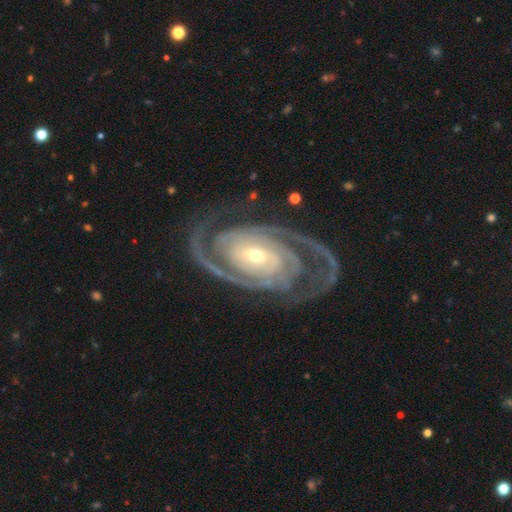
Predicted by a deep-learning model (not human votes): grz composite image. It shows a featured or disk galaxy (93%) with no bar (53%), 2 (71%) tight (71%) spiral arms (98%) and a small central bulge (57%). Merging: none (76%).